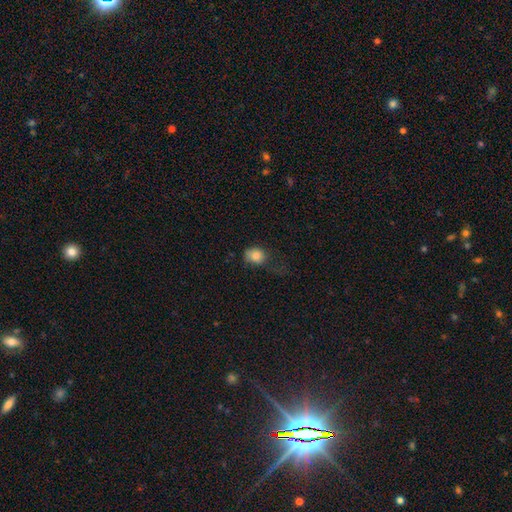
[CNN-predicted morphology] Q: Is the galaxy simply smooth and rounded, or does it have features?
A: smooth — 81%.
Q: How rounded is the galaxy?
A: round — 53%.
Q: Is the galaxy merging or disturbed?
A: major disturbance — 34%, tied with none.